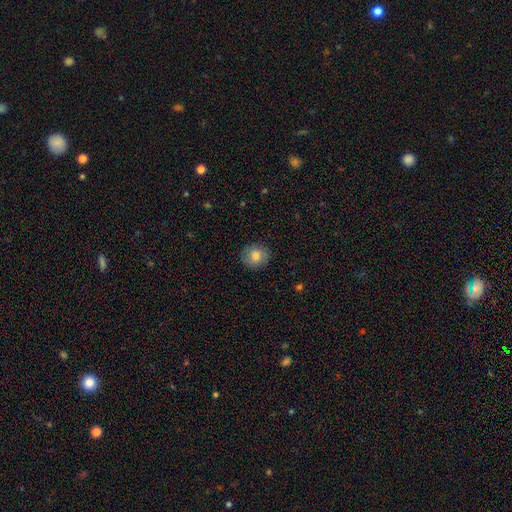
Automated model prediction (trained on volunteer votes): smooth-or-featured: smooth: 79% | featured or disk: 12% | star or artifact: 9%
  how-rounded: round: 82% | in between: 17% | cigar-shaped: 1%
  merging: none: 88% | minor disturbance: 9% | major disturbance: 2% | merger: 1%